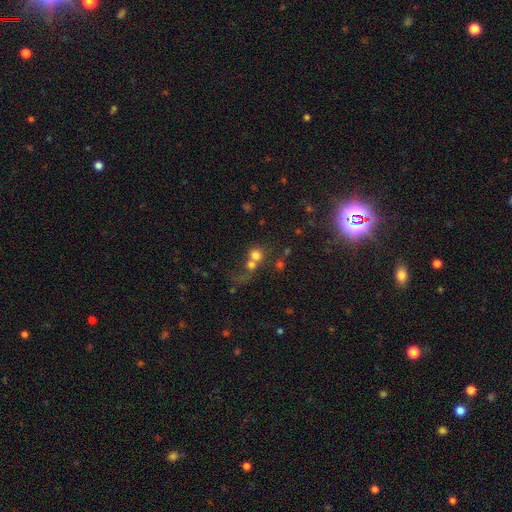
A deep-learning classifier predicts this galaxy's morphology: smooth-or-featured: smooth: 69% | star or artifact: 16% | featured or disk: 16%
  how-rounded: round: 83% | in between: 16% | cigar-shaped: 1%
  merging: merger: 57% | none: 29% | major disturbance: 8% | minor disturbance: 6%